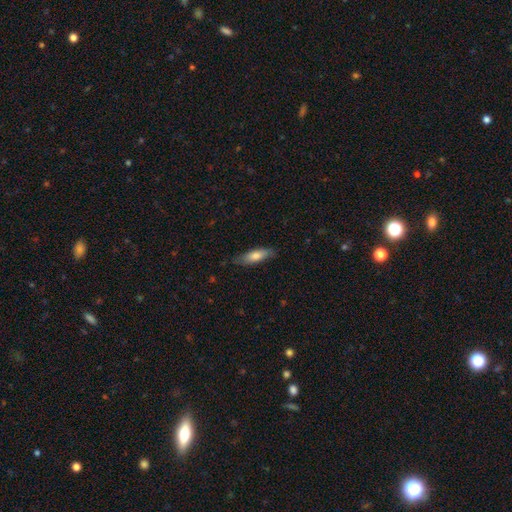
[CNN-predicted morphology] smooth_or_featured: smooth (p=0.73) [alt: featured or disk p=0.21]
how_rounded: cigar-shaped (p=0.50) [alt: in between p=0.48]
merging: none (p=0.79) [alt: minor disturbance p=0.16]